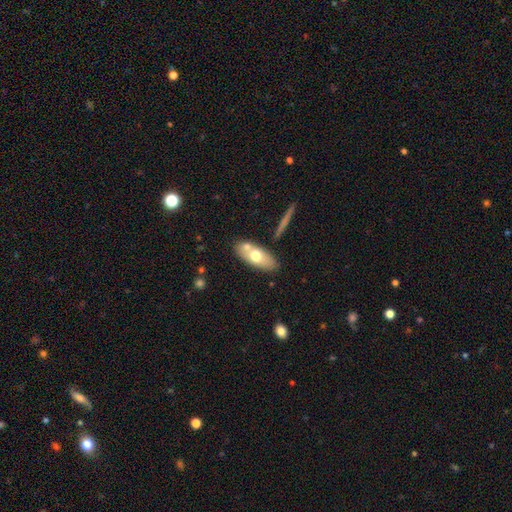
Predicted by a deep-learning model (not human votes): smooth-or-featured: smooth: 63% | featured or disk: 30% | star or artifact: 7%
  how-rounded: in between: 83% | cigar-shaped: 13% | round: 4%
  merging: none: 66% | merger: 18% | minor disturbance: 13% | major disturbance: 3%